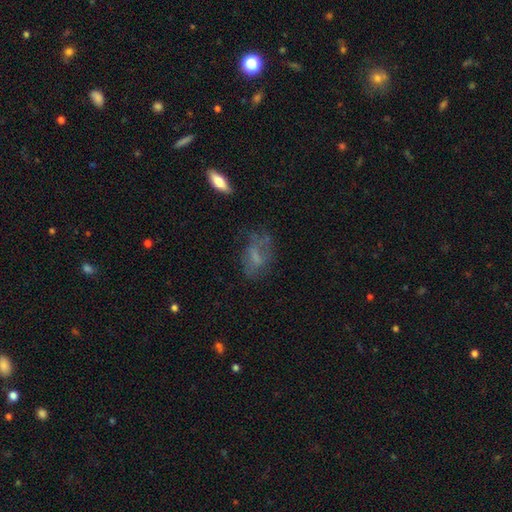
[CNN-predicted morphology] Overall: smooth (45%; featured or disk 39%). Merging: none (51%; minor disturbance 24%).